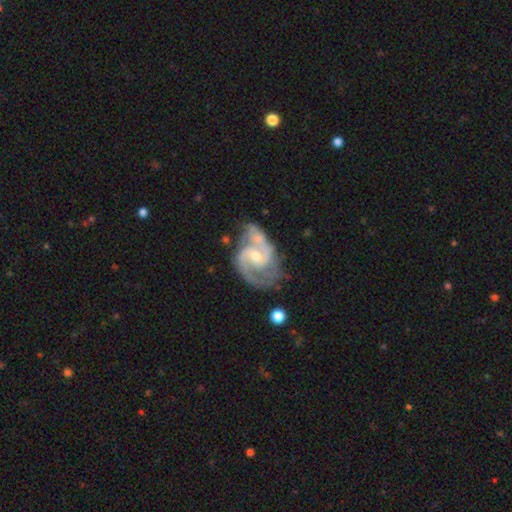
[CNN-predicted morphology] Smooth or featured: featured or disk — 91% (star or artifact — 5%)
Edge-on disk: no — 98% (yes — 2%)
Bar: weak — 45% (no — 43%)
Spiral arms: yes — 98% (no — 2%)
Spiral winding: medium — 58% (tight — 27%)
Spiral arm count: 2 — 84% (3 — 7%)
Bulge size: moderate — 49% (small — 47%)
Merging: none — 49% (minor disturbance — 25%)